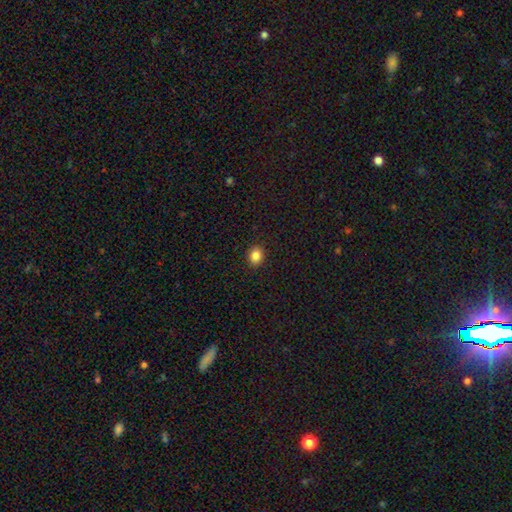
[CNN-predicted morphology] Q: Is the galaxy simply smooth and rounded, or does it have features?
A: smooth — 86%.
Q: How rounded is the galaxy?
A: round — 59%.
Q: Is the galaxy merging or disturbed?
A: none — 91%.